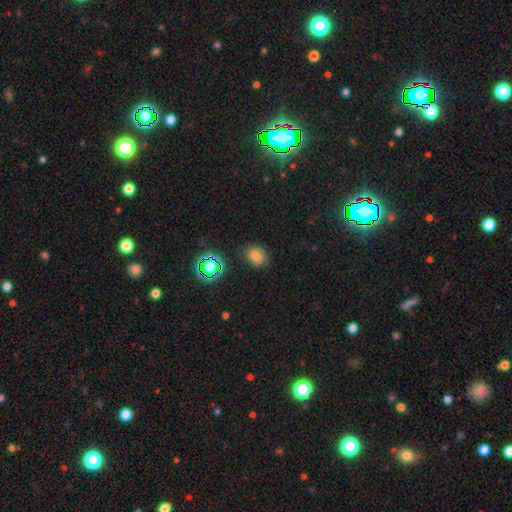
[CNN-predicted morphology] A smooth galaxy with no disk features (72%) that is in between round and cigar-shaped (56%). Merging: none (79%).